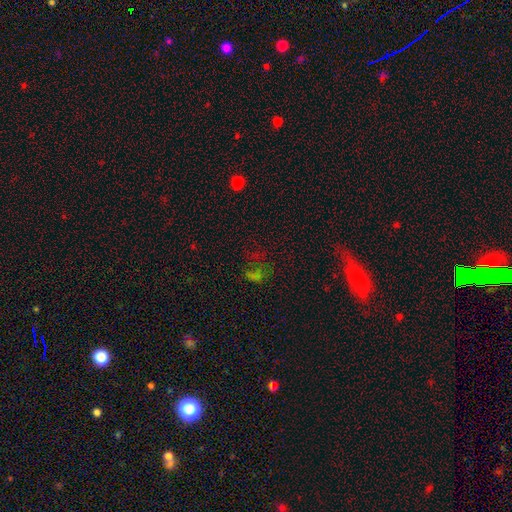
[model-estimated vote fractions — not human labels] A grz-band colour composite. It shows a star or artifact, not a galaxy (49%).